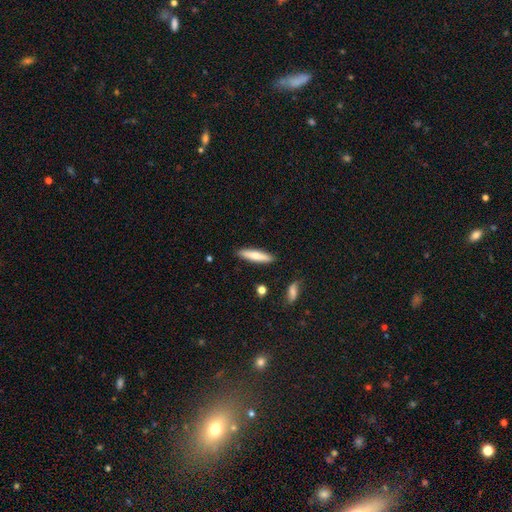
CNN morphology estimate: smooth_or_featured: smooth (p=0.71) [alt: featured or disk p=0.23]
how_rounded: cigar-shaped (p=0.83) [alt: in between p=0.15]
merging: none (p=0.89) [alt: minor disturbance p=0.08]